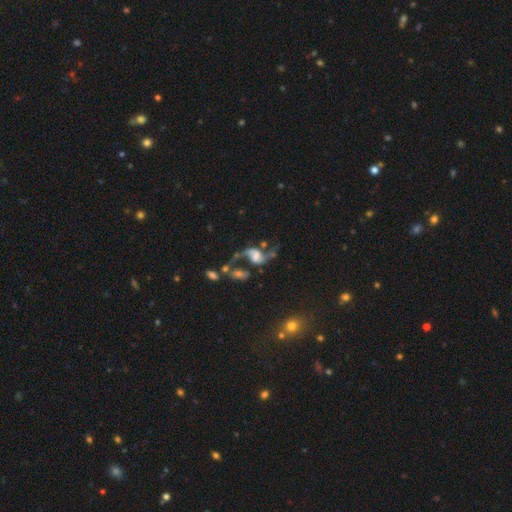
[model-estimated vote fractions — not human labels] Smooth or featured: featured or disk — 84% (smooth — 8%)
Edge-on disk: no — 97% (yes — 3%)
Bar: no — 43% (weak — 39%)
Spiral arms: yes — 94% (no — 6%)
Spiral winding: loose — 84% (medium — 13%)
Spiral arm count: 2 — 90% (1 — 5%)
Bulge size: moderate — 28% (none — 26%)
Merging: none — 47% (merger — 20%)